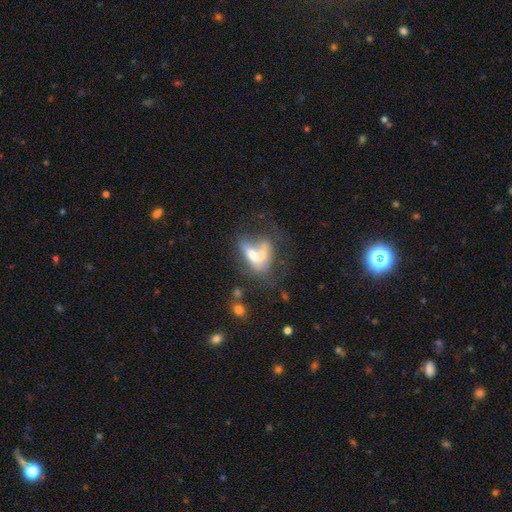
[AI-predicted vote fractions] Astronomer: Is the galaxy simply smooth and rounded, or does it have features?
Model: smooth — 52% (runner-up: featured or disk, 39%).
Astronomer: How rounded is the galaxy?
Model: in between — 77%.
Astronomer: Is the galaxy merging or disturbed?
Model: merger — 61%.